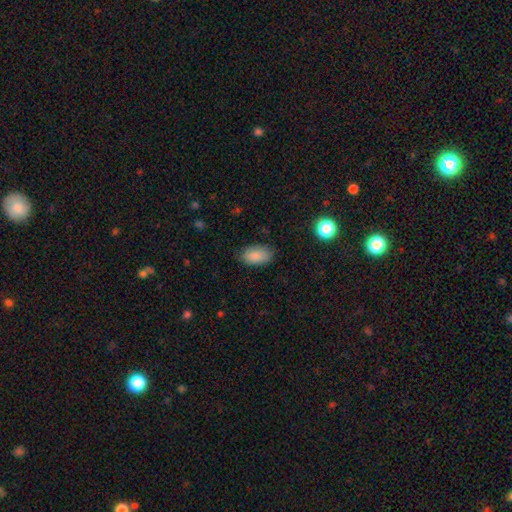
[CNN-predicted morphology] Q: Smooth or featured?
A: smooth (87%); runner-up: star or artifact (8%)
Q: How rounded?
A: in between (93%); runner-up: round (5%)
Q: Merging?
A: none (82%); runner-up: minor disturbance (14%)